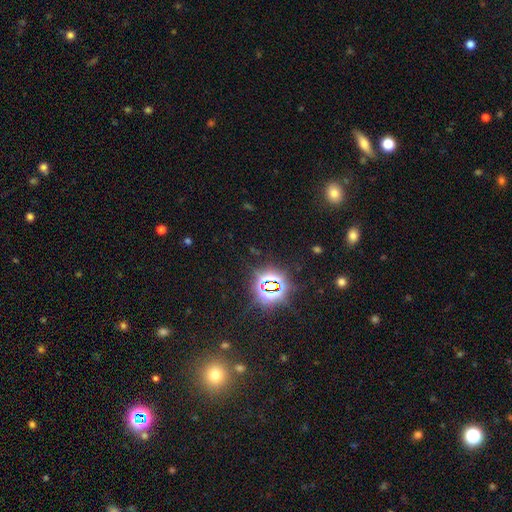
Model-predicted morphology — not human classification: Smooth or featured? star or artifact (75%)